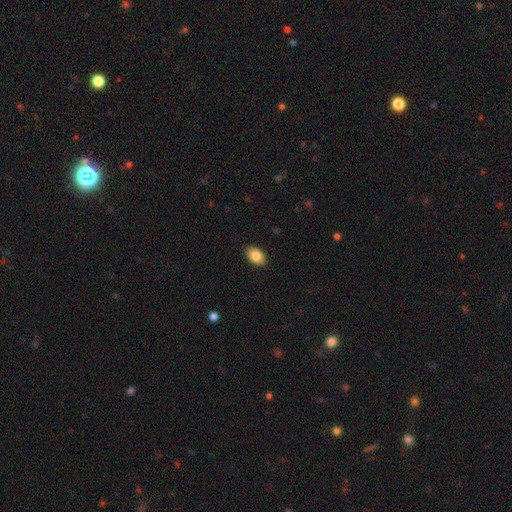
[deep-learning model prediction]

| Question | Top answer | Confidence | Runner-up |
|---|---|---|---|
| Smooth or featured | smooth | 85% | featured or disk (8%) |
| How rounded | in between | 90% | round (8%) |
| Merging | none | 88% | minor disturbance (9%) |